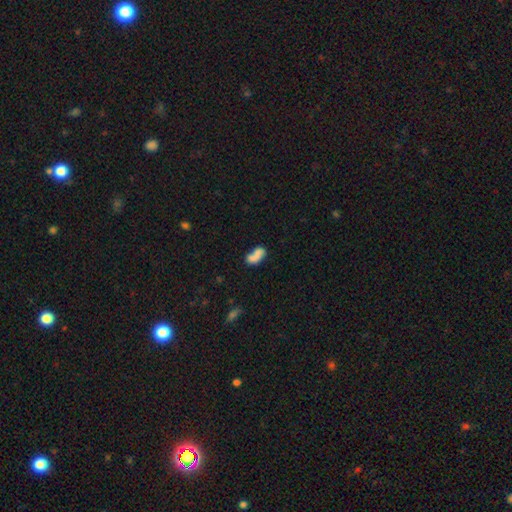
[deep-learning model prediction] Smooth or featured? Predicted: smooth (p=0.70). How rounded? Predicted: in between (p=0.87). Merging? Predicted: merger (p=0.38).